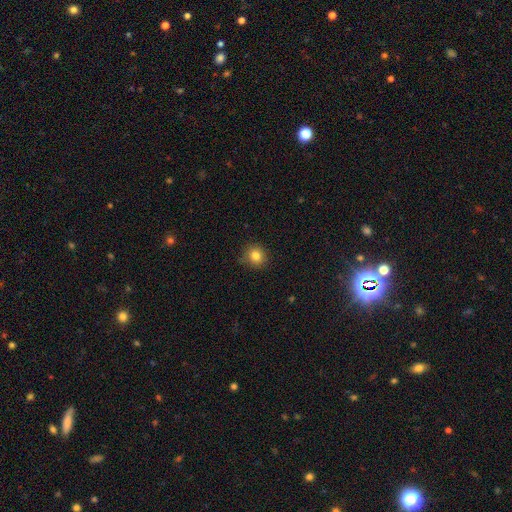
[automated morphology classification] smooth_or_featured: smooth (p=0.82) [alt: star or artifact p=0.12]
how_rounded: round (p=0.85) [alt: in between p=0.14]
merging: none (p=0.84) [alt: minor disturbance p=0.12]